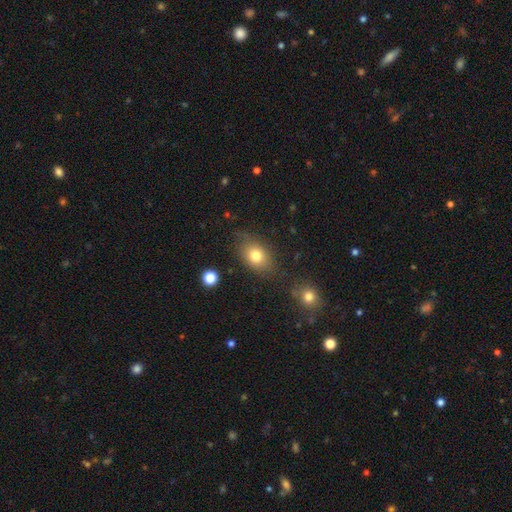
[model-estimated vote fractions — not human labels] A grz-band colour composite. It shows a smooth galaxy with no disk features (78%) that is in between round and cigar-shaped (70%). Merging: none (76%).